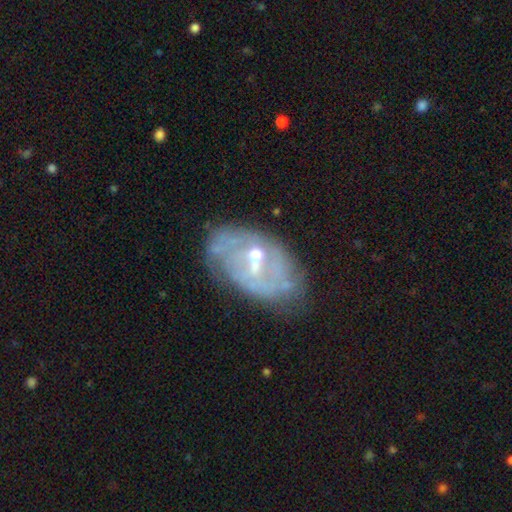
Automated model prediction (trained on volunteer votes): A featured or disk galaxy (70%) with no bar (46%), no spiral arms (55%) and a moderate central bulge (55%).

Vote fractions:
- Smooth or featured? featured or disk: 70% / smooth: 20% / star or artifact: 10%
- Edge-on disk? no: 94% / yes: 6%
- Bar? no: 46% / weak: 36% / strong: 18%
- Spiral arms? no: 55% / yes: 45%
- Bulge size? moderate: 55% / small: 33% / none: 6% / large: 5% / dominant: 2%
- Merging? none: 56% / minor disturbance: 23% / major disturbance: 15% / merger: 6%